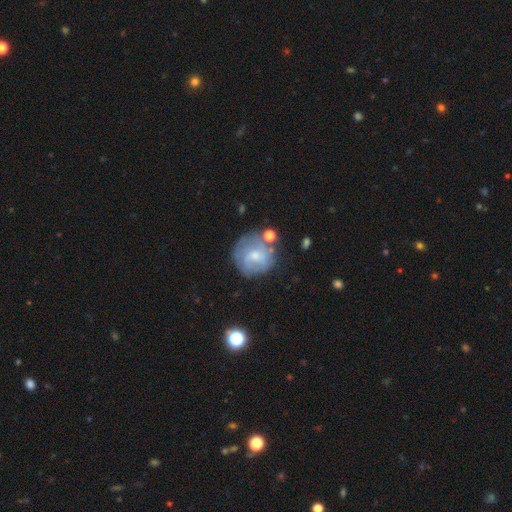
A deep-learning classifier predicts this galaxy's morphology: smooth_or_featured: featured or disk (p=0.47) [alt: smooth p=0.44]
merging: none (p=0.61) [alt: minor disturbance p=0.21]